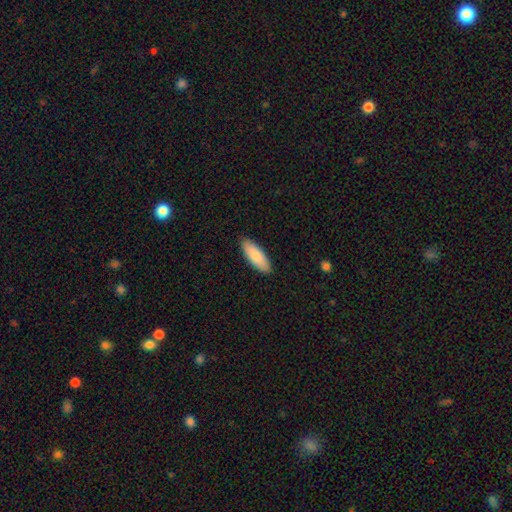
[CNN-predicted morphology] smooth-or-featured: smooth: 87% | featured or disk: 8% | star or artifact: 5%
  how-rounded: in between: 68% | cigar-shaped: 30% | round: 1%
  merging: none: 89% | minor disturbance: 8% | major disturbance: 2% | merger: 1%